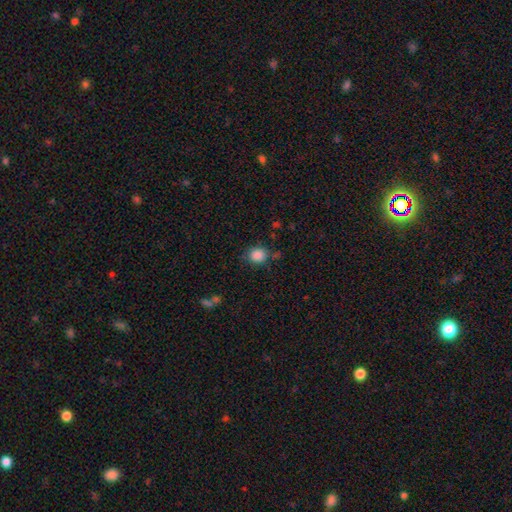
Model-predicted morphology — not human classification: Smooth or featured? Predicted: smooth (p=0.87). How rounded? Predicted: round (p=0.75). Merging? Predicted: none (p=0.76).